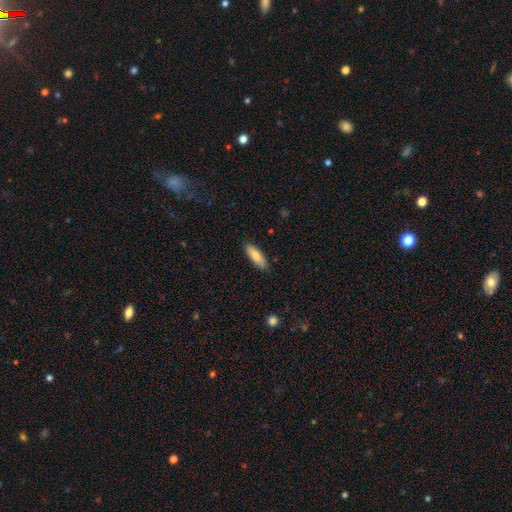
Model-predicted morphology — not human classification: A smooth galaxy with no disk features (80%) that is in between round and cigar-shaped (55%).

Vote fractions:
- Smooth or featured? smooth: 80% / featured or disk: 14% / star or artifact: 6%
- How rounded? in between: 55% / cigar-shaped: 43% / round: 2%
- Merging? none: 88% / minor disturbance: 9% / major disturbance: 2% / merger: 1%